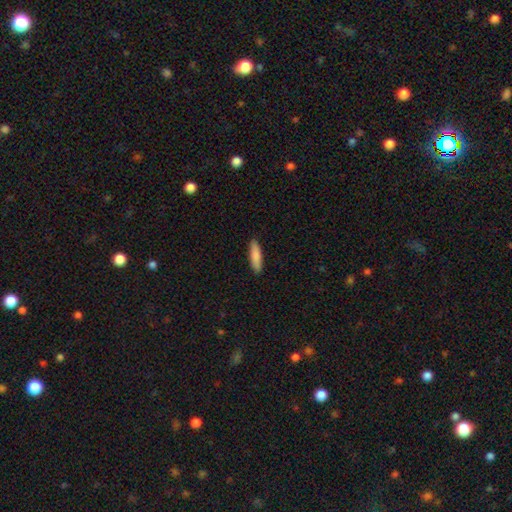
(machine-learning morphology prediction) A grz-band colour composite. It shows a smooth galaxy with no disk features (86%) that is cigar-shaped (69%). Merging: none (89%).